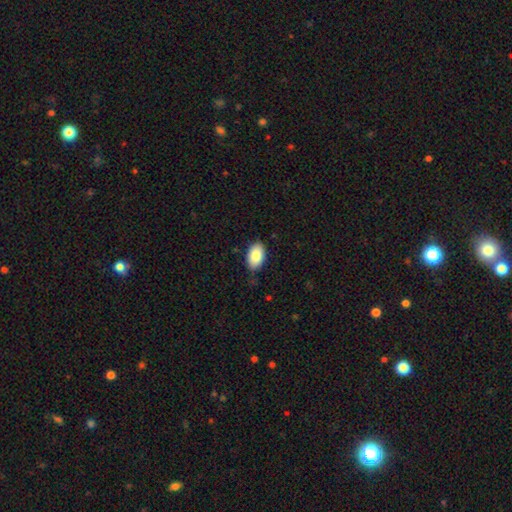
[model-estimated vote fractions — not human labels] smooth 87%, featured or disk 7%, star or artifact 7%. Down the decision tree: how rounded — in between (93%); merging — none (83%).